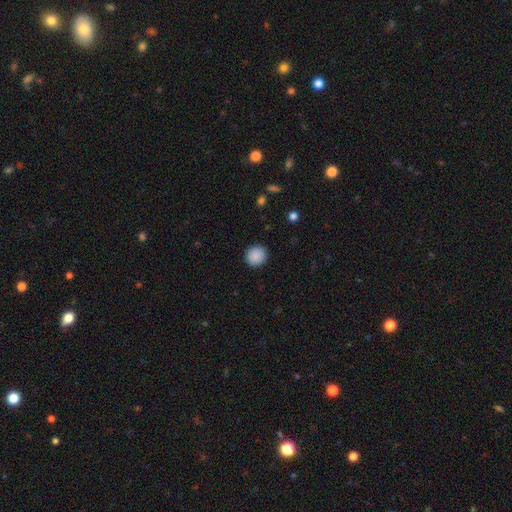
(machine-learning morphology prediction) Smooth or featured?
  - smooth: 89% *
  - star or artifact: 8%
  - featured or disk: 2%
How rounded?
  - round: 91% *
  - in between: 8%
  - cigar-shaped: 1%
Merging?
  - none: 92% *
  - minor disturbance: 5%
  - major disturbance: 2%
  - merger: 1%